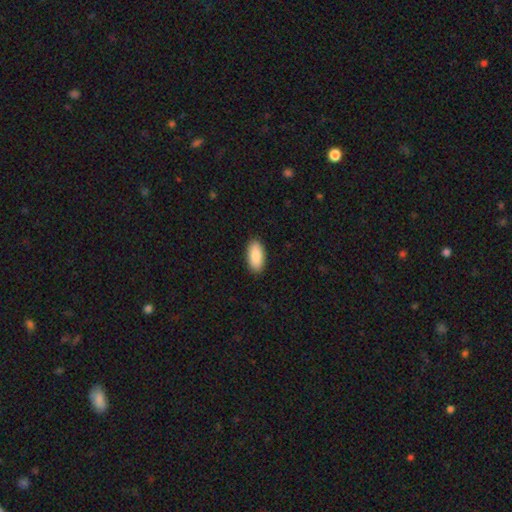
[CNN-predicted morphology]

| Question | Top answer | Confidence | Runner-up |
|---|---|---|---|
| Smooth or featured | smooth | 89% | star or artifact (6%) |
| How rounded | in between | 92% | cigar-shaped (6%) |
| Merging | none | 90% | minor disturbance (7%) |